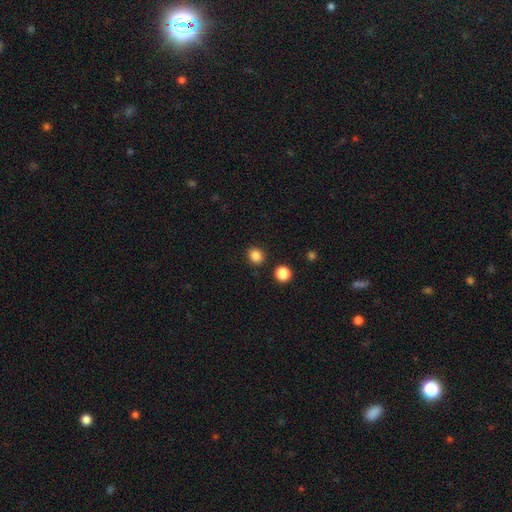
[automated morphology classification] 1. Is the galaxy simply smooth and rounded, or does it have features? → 85% smooth, 11% star or artifact, 3% featured or disk.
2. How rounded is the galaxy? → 75% round, 24% in between, 1% cigar-shaped.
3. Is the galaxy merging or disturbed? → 88% none, 7% minor disturbance, 3% merger, 2% major disturbance.